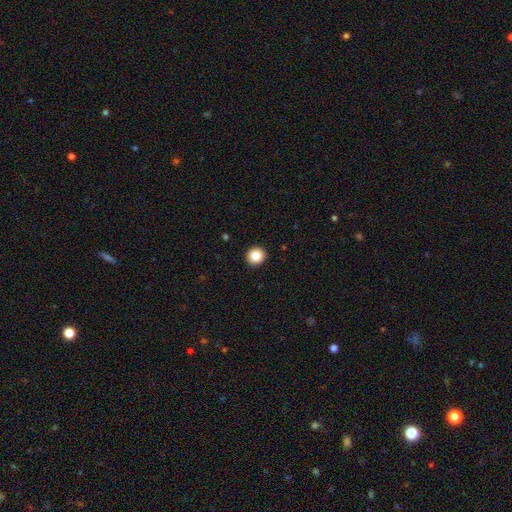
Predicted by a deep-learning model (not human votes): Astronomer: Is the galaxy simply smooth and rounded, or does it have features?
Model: smooth — 85%.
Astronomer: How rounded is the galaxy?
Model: round — 90%.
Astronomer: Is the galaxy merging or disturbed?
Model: none — 93%.